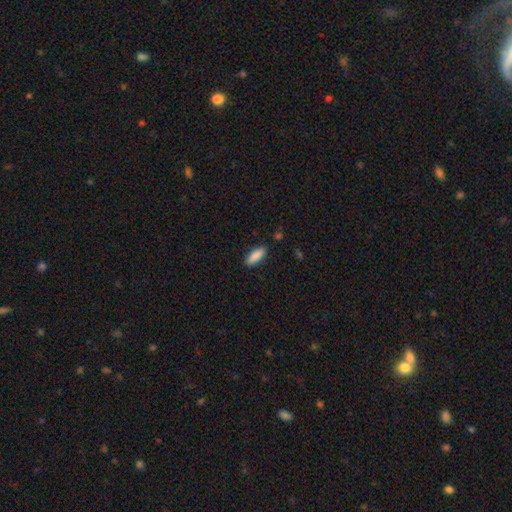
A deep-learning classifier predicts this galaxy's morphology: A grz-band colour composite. It shows a smooth galaxy with no disk features (88%) that is in between round and cigar-shaped (61%). Merging: none (87%).